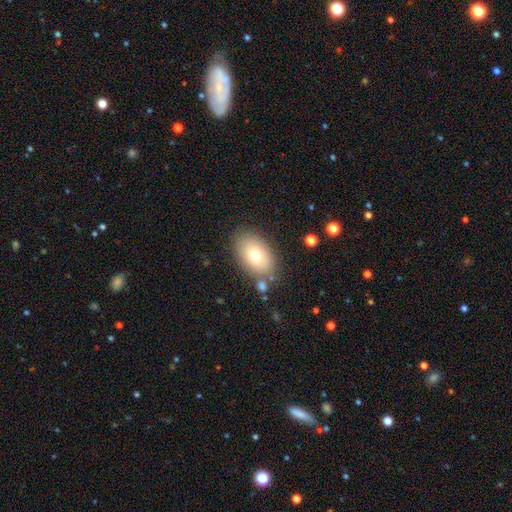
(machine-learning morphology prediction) smooth_or_featured: smooth (p=0.72) [alt: featured or disk p=0.19]
how_rounded: in between (p=0.87) [alt: round p=0.11]
merging: none (p=0.78) [alt: minor disturbance p=0.13]